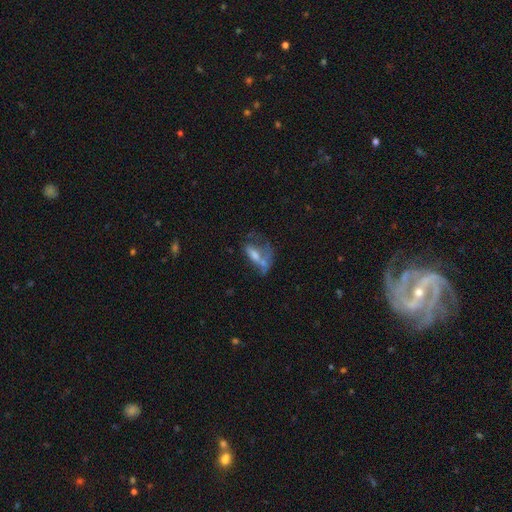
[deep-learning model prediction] This is possibly a smooth galaxy (50%). How rounded: likely in between (69%). Merging: marginally major disturbance (35%).